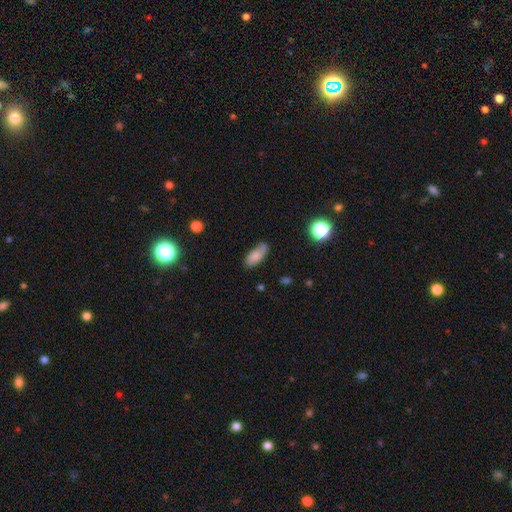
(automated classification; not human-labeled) Morphology: type=smooth (77%); roundness=in between (83%); merging=none (62%).